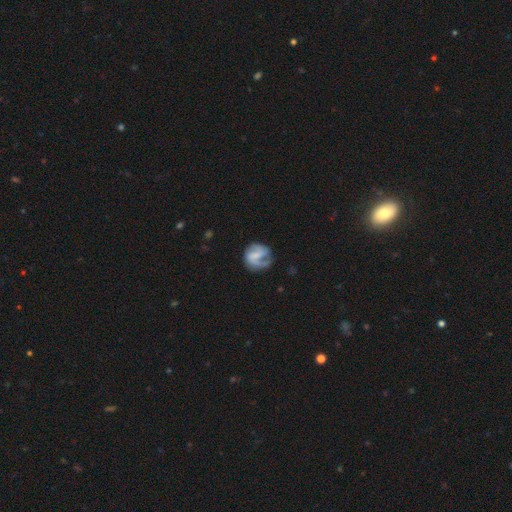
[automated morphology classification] smooth_or_featured: featured or disk (p=0.62) [alt: smooth p=0.31]
disk_edge_on: no (p=0.97) [alt: yes p=0.03]
bar: weak (p=0.43) [alt: strong p=0.30]
has_spiral_arms: yes (p=0.82) [alt: no p=0.18]
bulge_size: none (p=0.42) [alt: small p=0.34]
merging: none (p=0.54) [alt: minor disturbance p=0.22]